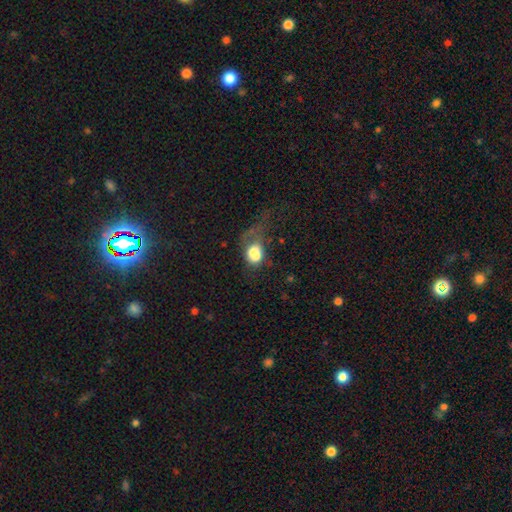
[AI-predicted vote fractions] This appears to be a smooth galaxy with no disk features (69%) that is in between round and cigar-shaped (57%). Merging: major disturbance (40%).